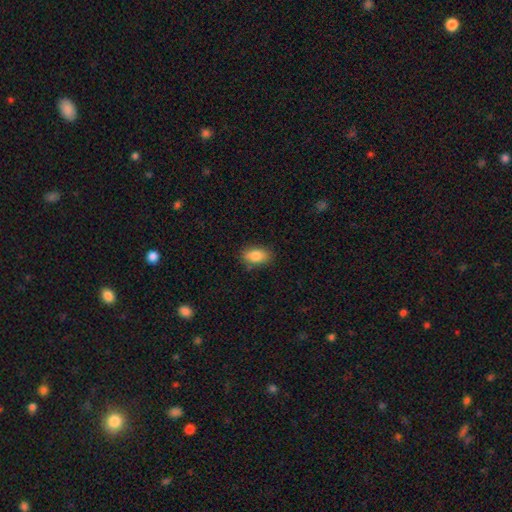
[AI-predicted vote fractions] This appears to be a smooth galaxy with no disk features (85%) that is in between round and cigar-shaped (89%). Merging: none (81%).